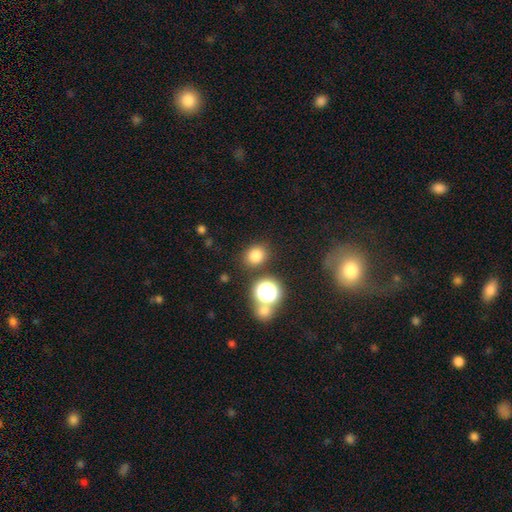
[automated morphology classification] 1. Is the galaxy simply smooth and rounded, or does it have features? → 77% smooth, 17% star or artifact, 6% featured or disk.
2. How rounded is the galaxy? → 66% round, 32% in between, 1% cigar-shaped.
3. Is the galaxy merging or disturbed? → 82% none, 9% minor disturbance, 5% merger, 4% major disturbance.